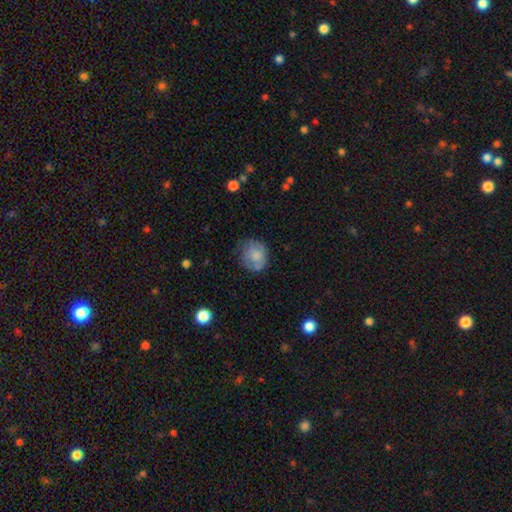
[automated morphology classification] Smooth or featured?
  - smooth: 70% *
  - featured or disk: 22%
  - star or artifact: 8%
How rounded?
  - round: 75% *
  - in between: 24%
  - cigar-shaped: 1%
Merging?
  - none: 61% *
  - minor disturbance: 27%
  - major disturbance: 10%
  - merger: 2%